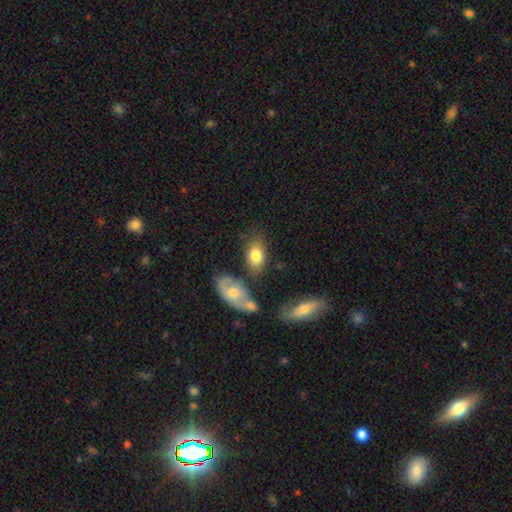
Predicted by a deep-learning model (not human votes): Smooth or featured: smooth — 77% (featured or disk — 16%)
How rounded: in between — 88% (round — 9%)
Merging: none — 61% (minor disturbance — 19%)